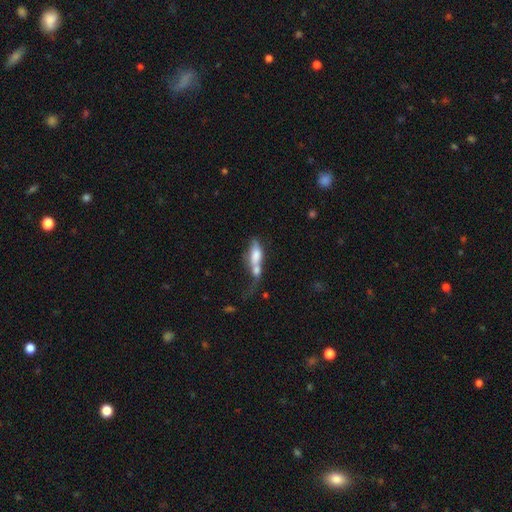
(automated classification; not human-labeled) Smooth or featured: smooth — 63% (featured or disk — 28%)
How rounded: in between — 61% (cigar-shaped — 35%)
Merging: merger — 57% (major disturbance — 19%)